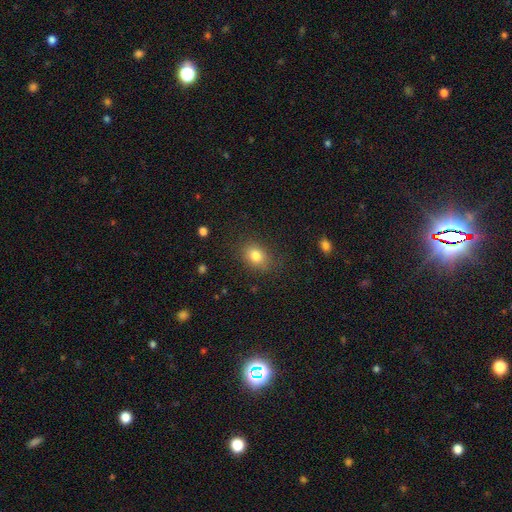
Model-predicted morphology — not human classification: A smooth galaxy with no disk features (81%) that is in between round and cigar-shaped (64%).

Vote fractions:
- Smooth or featured? smooth: 81% / star or artifact: 11% / featured or disk: 8%
- How rounded? in between: 64% / round: 35% / cigar-shaped: 1%
- Merging? none: 80% / minor disturbance: 14% / major disturbance: 5% / merger: 1%